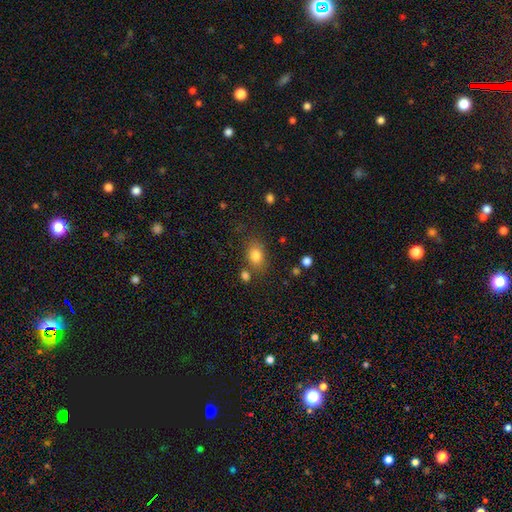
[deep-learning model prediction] Smooth or featured? Predicted: smooth (p=0.81). How rounded? Predicted: in between (p=0.67). Merging? Predicted: none (p=0.73).